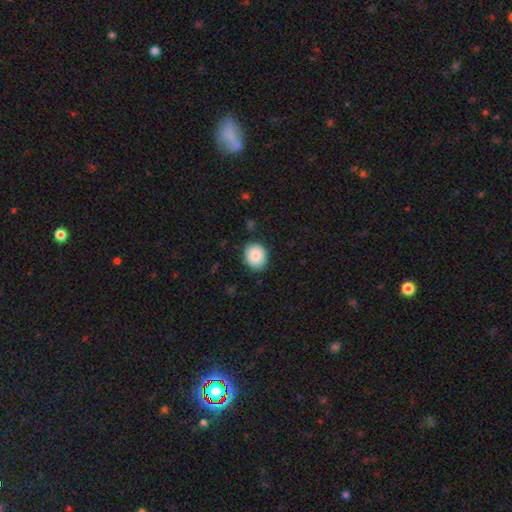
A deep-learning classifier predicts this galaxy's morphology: Overall: smooth (86%). How rounded: round (66%; in between 33%). Merging: none (83%).